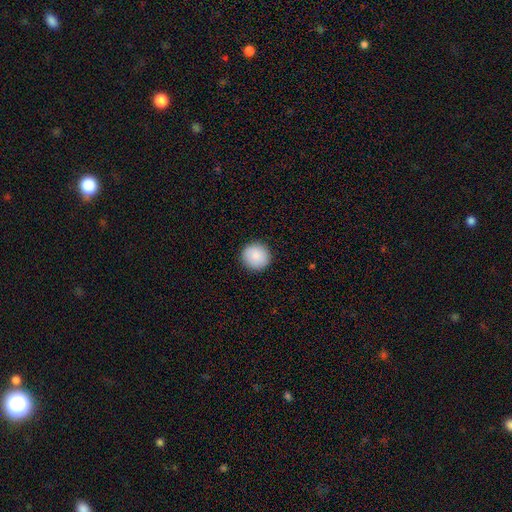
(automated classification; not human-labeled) Q: Smooth or featured?
A: smooth (86%); runner-up: star or artifact (7%)
Q: How rounded?
A: round (94%); runner-up: in between (5%)
Q: Merging?
A: none (91%); runner-up: minor disturbance (6%)